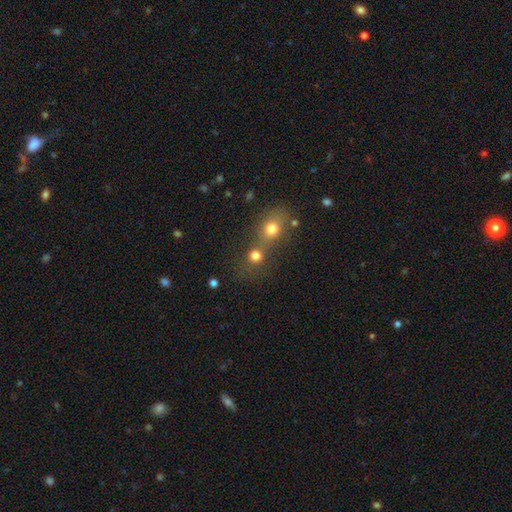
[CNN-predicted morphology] Overall: smooth (75%). How rounded: round (82%). Merging: merger (45%; none 43%).